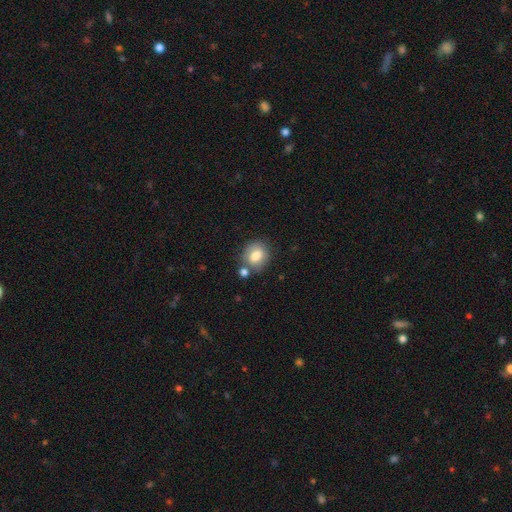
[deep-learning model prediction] This is likely a smooth galaxy (76%). How rounded: possibly round (57%). Merging: likely none (66%).